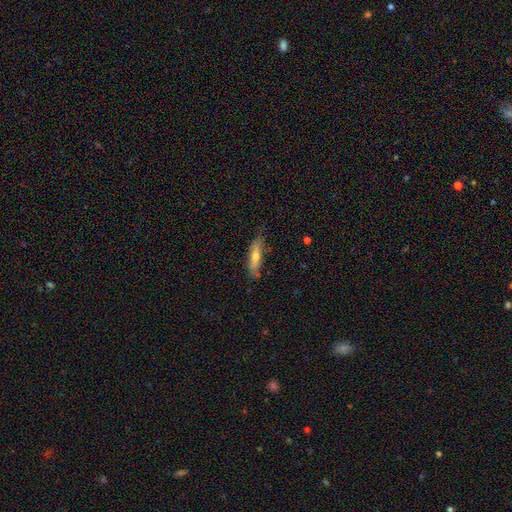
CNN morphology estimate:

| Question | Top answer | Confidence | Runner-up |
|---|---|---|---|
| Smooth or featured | smooth | 49% | featured or disk (44%) |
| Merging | none | 79% | minor disturbance (16%) |